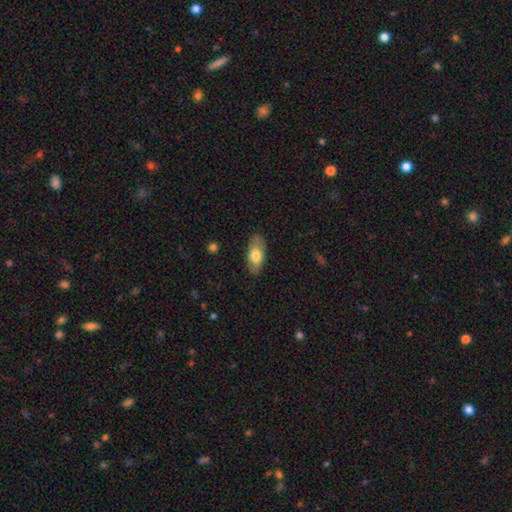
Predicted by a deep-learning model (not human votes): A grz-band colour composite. It shows a smooth galaxy with no disk features (72%) that is in between round and cigar-shaped (87%). Merging: none (84%).